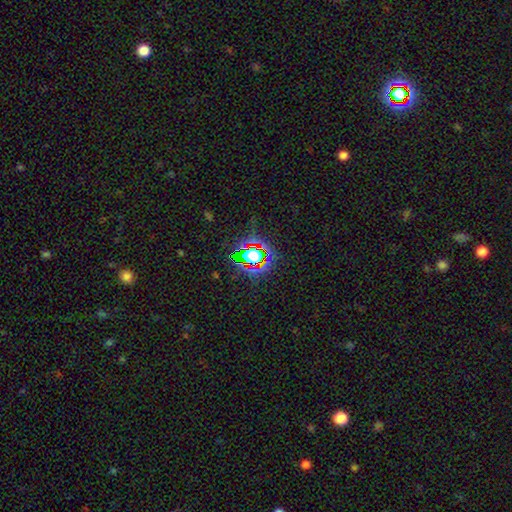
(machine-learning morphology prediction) Smooth or featured? star or artifact (68%)